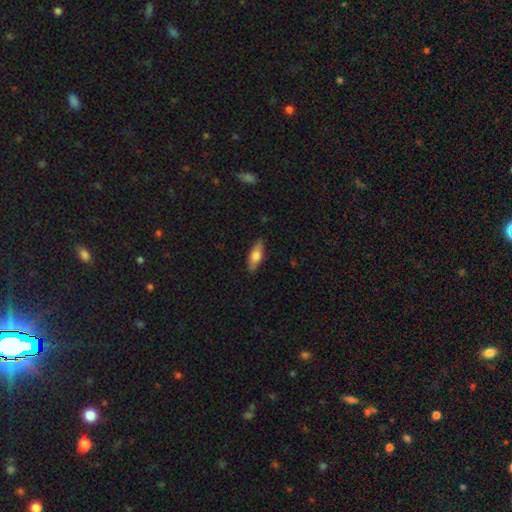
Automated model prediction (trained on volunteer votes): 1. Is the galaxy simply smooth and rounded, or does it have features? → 69% smooth, 25% featured or disk, 6% star or artifact.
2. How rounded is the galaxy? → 64% in between, 34% cigar-shaped, 2% round.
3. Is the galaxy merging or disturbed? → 87% none, 10% minor disturbance, 2% major disturbance, 1% merger.